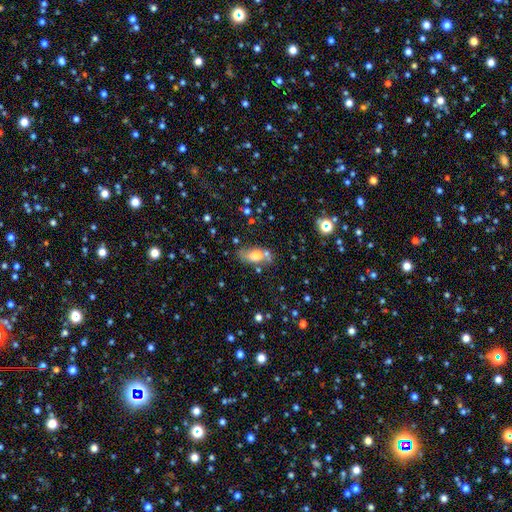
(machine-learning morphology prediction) Q: Smooth or featured?
A: smooth (65%); runner-up: featured or disk (23%)
Q: How rounded?
A: in between (85%); runner-up: round (9%)
Q: Merging?
A: none (52%); runner-up: minor disturbance (22%)